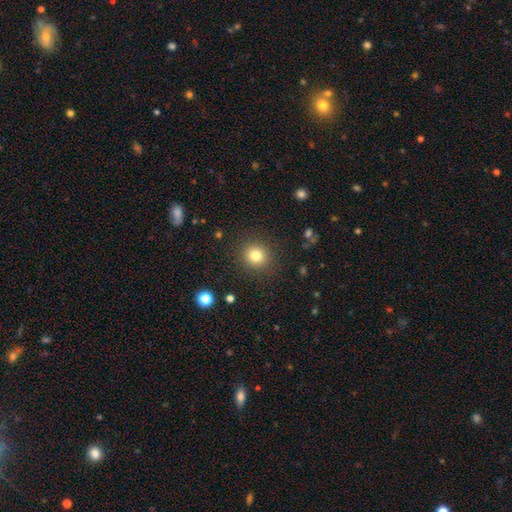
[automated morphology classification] The model was most divided on "smooth or featured": smooth: 80%, star or artifact: 13%, featured or disk: 7%. More confident: how rounded — round (91%); merging — none (89%).